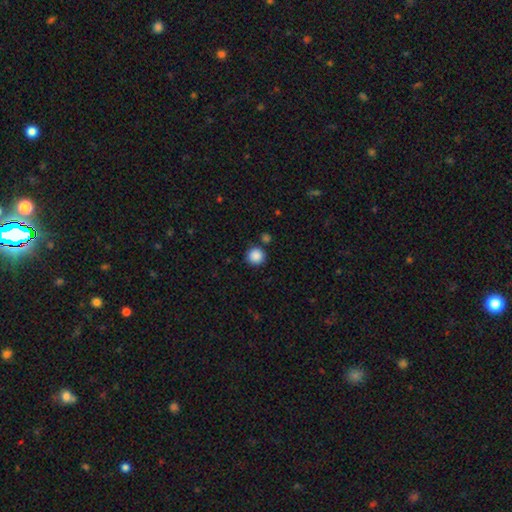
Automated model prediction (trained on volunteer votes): Morphology: type=smooth (88%); roundness=round (95%); merging=none (85%).